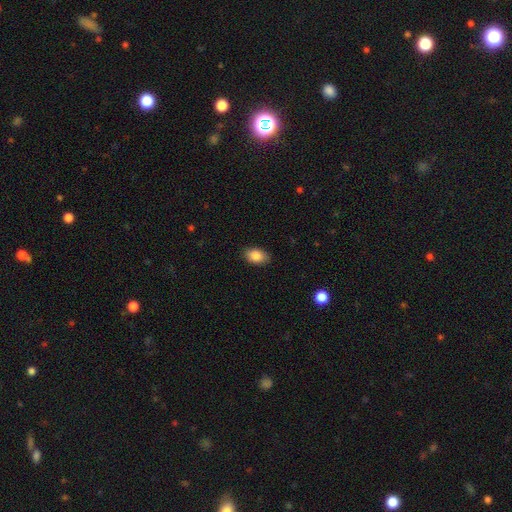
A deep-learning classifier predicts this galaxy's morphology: This is clearly a smooth galaxy (86%). How rounded: clearly in between (89%). Merging: clearly none (88%).